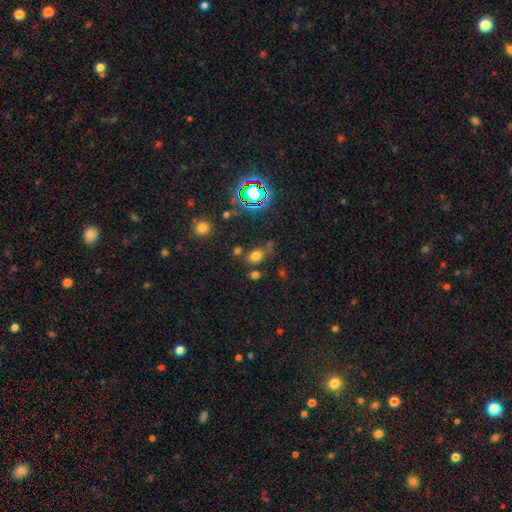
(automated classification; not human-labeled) Smooth or featured? smooth (69%)
How rounded? in between (65%)
Merging? none (65%)